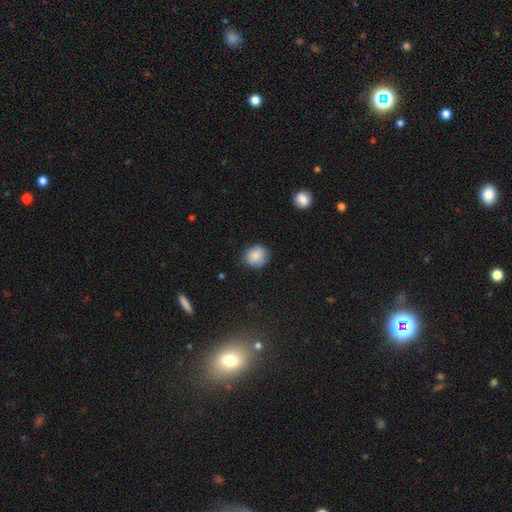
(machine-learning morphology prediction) A smooth galaxy with no disk features (84%) that is round (79%).

Vote fractions:
- Smooth or featured? smooth: 84% / star or artifact: 8% / featured or disk: 8%
- How rounded? round: 79% / in between: 20% / cigar-shaped: 1%
- Merging? none: 77% / minor disturbance: 18% / major disturbance: 3% / merger: 1%